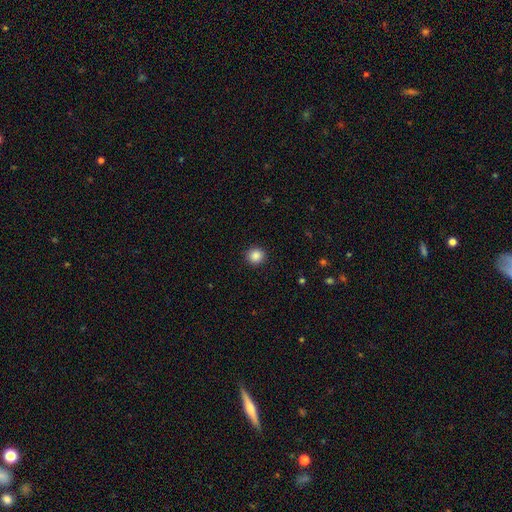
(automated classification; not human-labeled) A smooth galaxy with no disk features (87%) that is round (90%).

Vote fractions:
- Smooth or featured? smooth: 87% / star or artifact: 10% / featured or disk: 3%
- How rounded? round: 90% / in between: 9% / cigar-shaped: 1%
- Merging? none: 92% / minor disturbance: 5% / major disturbance: 2% / merger: 1%